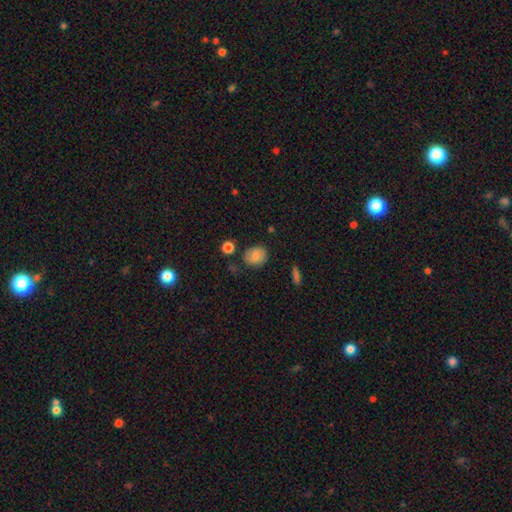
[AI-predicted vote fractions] smooth 79%, featured or disk 12%, star or artifact 9%. Down the decision tree: how rounded — round (65%); merging — none (77%).